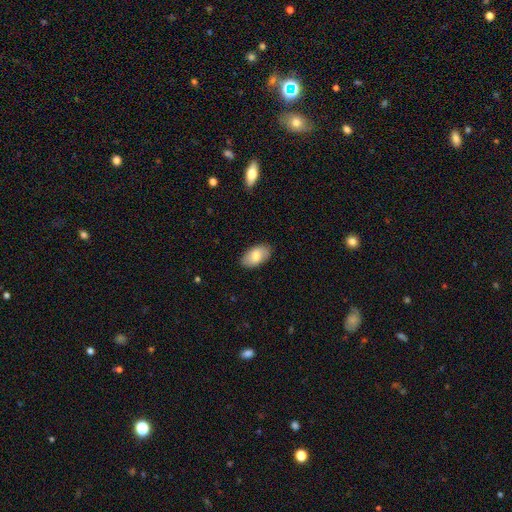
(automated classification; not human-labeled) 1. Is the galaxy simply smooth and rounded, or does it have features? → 76% smooth, 18% featured or disk, 6% star or artifact.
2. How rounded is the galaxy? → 95% in between, 4% round, 2% cigar-shaped.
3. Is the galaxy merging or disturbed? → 87% none, 10% minor disturbance, 2% major disturbance, 1% merger.